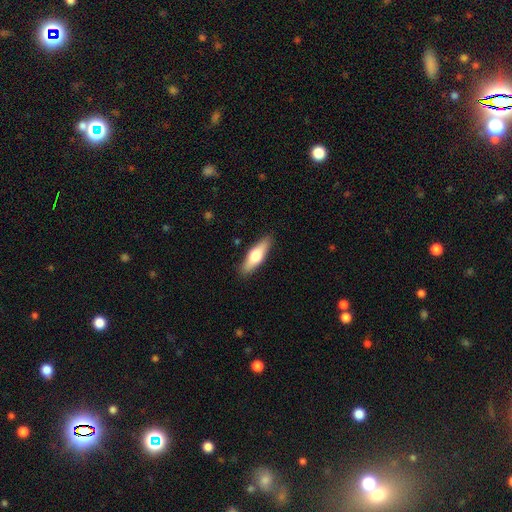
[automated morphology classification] The model was most divided on "how rounded": in between: 49%, cigar-shaped: 48%, round: 3%. More confident: merging — none (89%); smooth or featured — smooth (57%).